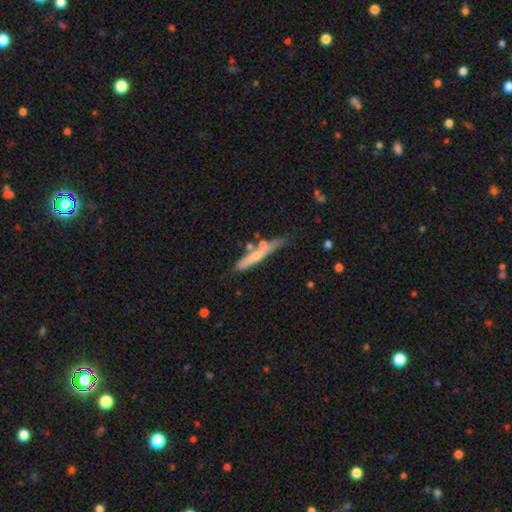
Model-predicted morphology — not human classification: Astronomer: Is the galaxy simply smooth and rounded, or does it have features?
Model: smooth — 59% (runner-up: featured or disk, 35%).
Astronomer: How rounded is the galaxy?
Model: cigar-shaped — 93%.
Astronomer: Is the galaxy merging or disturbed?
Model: none — 60%.